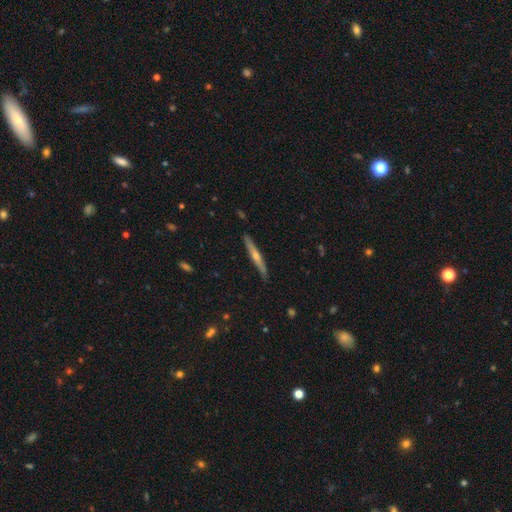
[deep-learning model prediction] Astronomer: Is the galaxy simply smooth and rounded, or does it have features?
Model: featured or disk — 69%.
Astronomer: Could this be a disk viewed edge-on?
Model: yes — 97%.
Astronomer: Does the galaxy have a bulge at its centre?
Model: rounded — 81%.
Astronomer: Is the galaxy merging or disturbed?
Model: none — 89%.